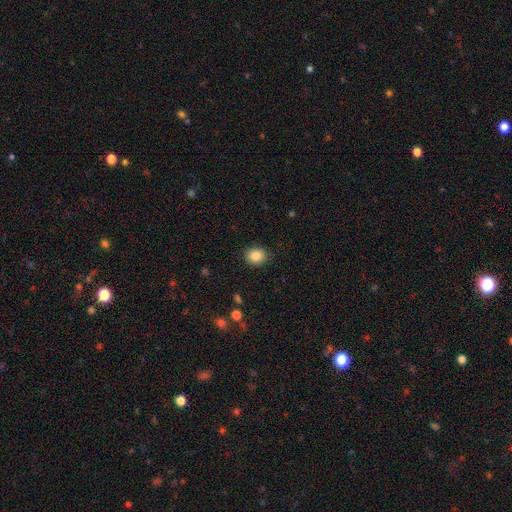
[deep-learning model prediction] The model was most divided on "how rounded": round: 65%, in between: 34%, cigar-shaped: 1%. More confident: merging — none (88%); smooth or featured — smooth (86%).